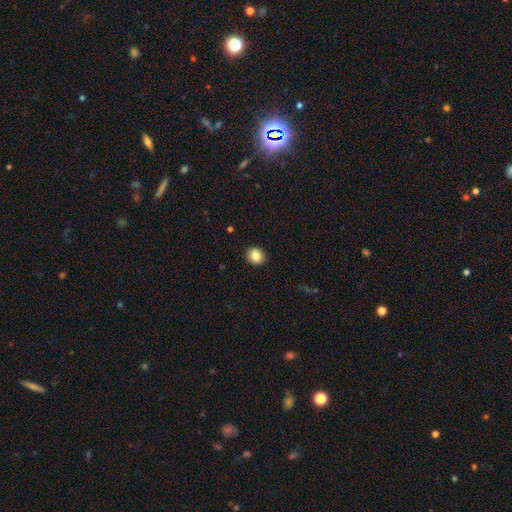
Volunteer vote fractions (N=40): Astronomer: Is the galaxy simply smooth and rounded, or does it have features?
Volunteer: smooth — 88%.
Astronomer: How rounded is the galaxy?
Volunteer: round — 74%.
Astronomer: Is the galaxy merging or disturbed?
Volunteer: none — 97%.